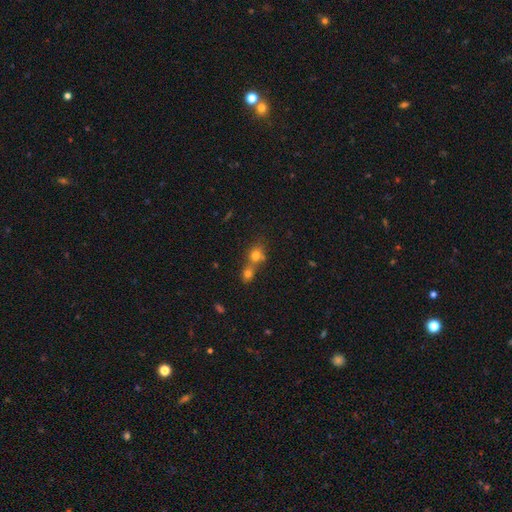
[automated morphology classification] Smooth or featured? Predicted: smooth (p=0.74). How rounded? Predicted: round (p=0.73). Merging? Predicted: merger (p=0.56).